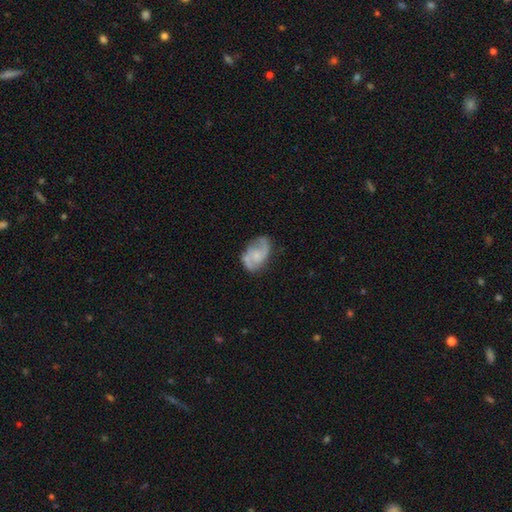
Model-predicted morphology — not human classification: This is likely a featured or disk galaxy (77%). It is clearly not viewed edge-on (97%). Bar: possibly no (58%). Spiral arm pattern: clearly yes (94%). Spiral arm count: clearly 2 (89%). Spiral winding: possibly medium (47%). Central bulge: marginally small (43%). Merging: likely none (71%).